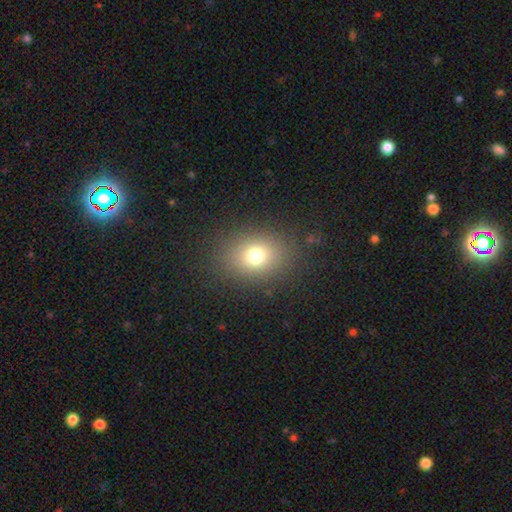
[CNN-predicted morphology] smooth-or-featured: smooth: 74% | star or artifact: 16% | featured or disk: 10%
  how-rounded: in between: 51% | round: 48% | cigar-shaped: 1%
  merging: none: 85% | minor disturbance: 9% | major disturbance: 5% | merger: 1%